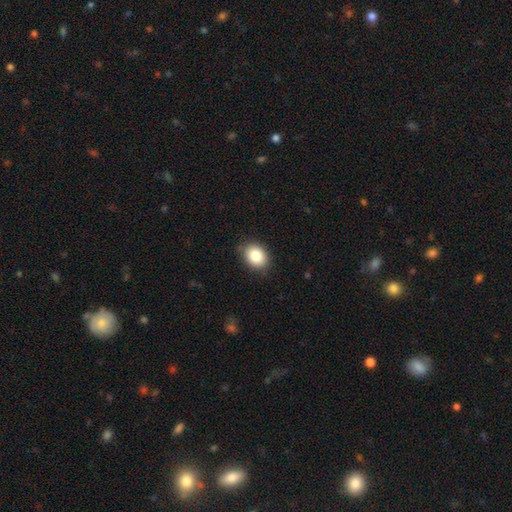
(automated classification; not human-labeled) Morphology: type=smooth (85%); roundness=in between (60%); merging=none (81%).